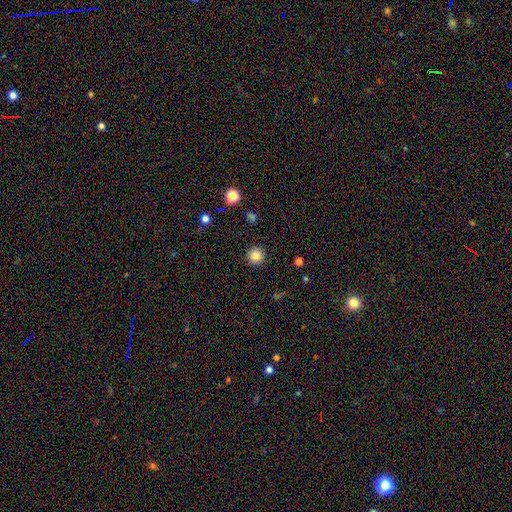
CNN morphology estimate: Smooth or featured? smooth (83%)
How rounded? round (95%)
Merging? none (90%)